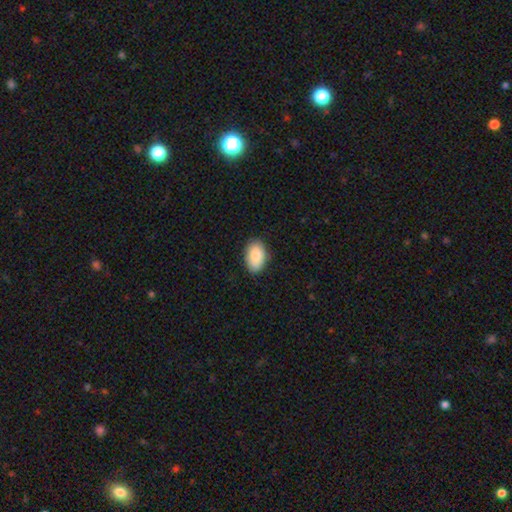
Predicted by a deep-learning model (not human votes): A smooth galaxy with no disk features (87%) that is in between round and cigar-shaped (91%). Merging: none (84%).